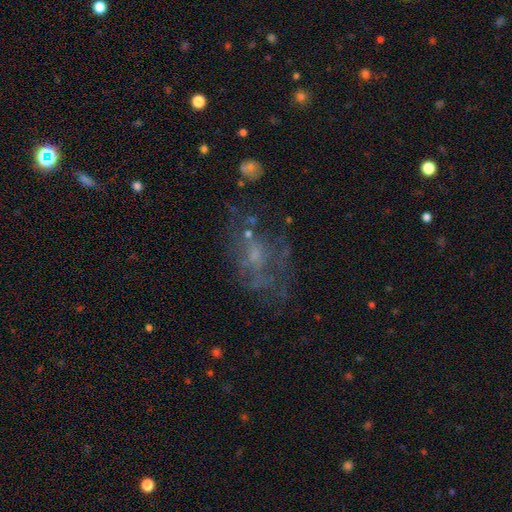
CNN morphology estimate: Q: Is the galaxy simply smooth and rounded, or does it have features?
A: featured or disk — 55%.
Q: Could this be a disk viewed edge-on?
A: no — 96%.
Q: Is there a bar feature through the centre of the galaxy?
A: no — 79%.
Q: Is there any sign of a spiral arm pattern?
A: no — 69%.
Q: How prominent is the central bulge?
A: small — 46%.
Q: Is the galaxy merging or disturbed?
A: none — 47%.